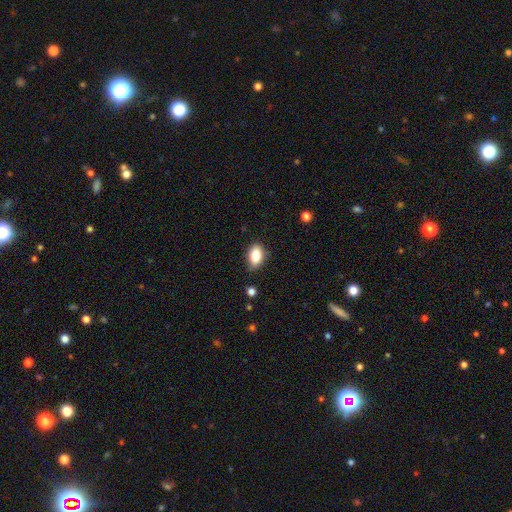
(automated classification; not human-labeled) Overall: smooth (86%). How rounded: in between (88%). Merging: none (78%).